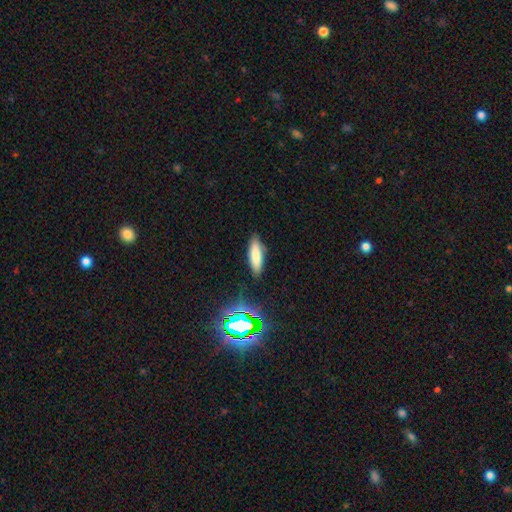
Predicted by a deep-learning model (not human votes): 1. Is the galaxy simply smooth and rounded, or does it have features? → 78% smooth, 11% star or artifact, 11% featured or disk.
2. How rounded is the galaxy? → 50% in between, 48% cigar-shaped, 2% round.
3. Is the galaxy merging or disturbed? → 84% none, 12% minor disturbance, 3% major disturbance, 2% merger.